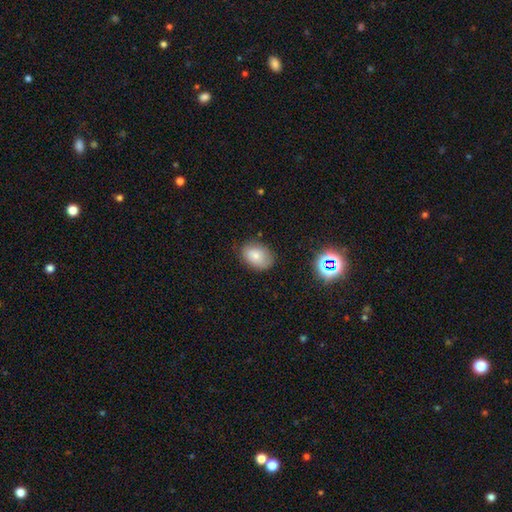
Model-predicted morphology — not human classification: smooth-or-featured: smooth: 80% | featured or disk: 10% | star or artifact: 10%
  how-rounded: in between: 78% | round: 21% | cigar-shaped: 1%
  merging: none: 79% | minor disturbance: 16% | major disturbance: 4% | merger: 1%